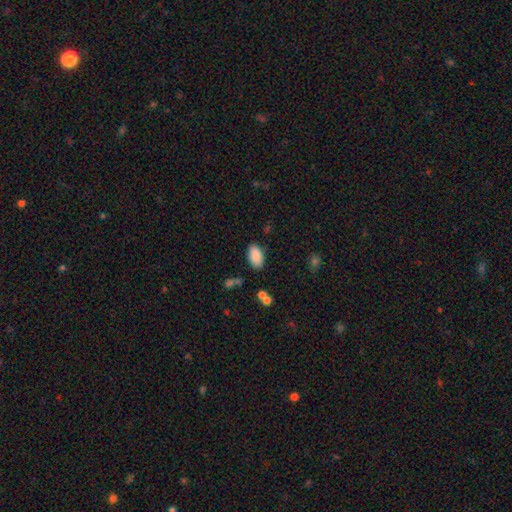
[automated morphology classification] Smooth or featured? Predicted: smooth (p=0.88). How rounded? Predicted: in between (p=0.95). Merging? Predicted: none (p=0.83).